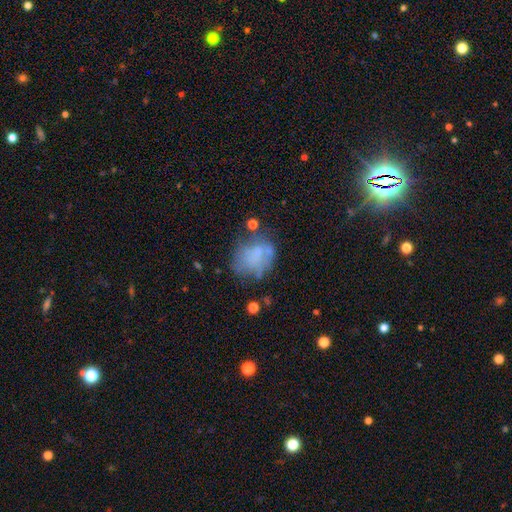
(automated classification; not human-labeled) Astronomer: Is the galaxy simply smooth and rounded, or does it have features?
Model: smooth — 54% (runner-up: featured or disk, 34%).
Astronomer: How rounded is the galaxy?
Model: in between — 50% (runner-up: round, 48%).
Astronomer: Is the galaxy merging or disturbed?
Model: none — 46% (runner-up: minor disturbance, 25%).